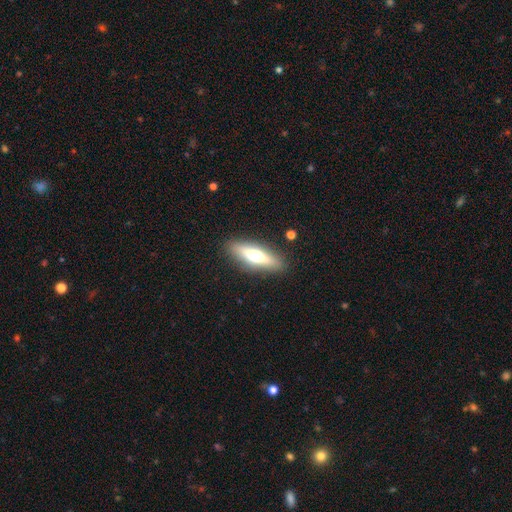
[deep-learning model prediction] This is possibly a smooth galaxy (49%). Merging: clearly none (87%).